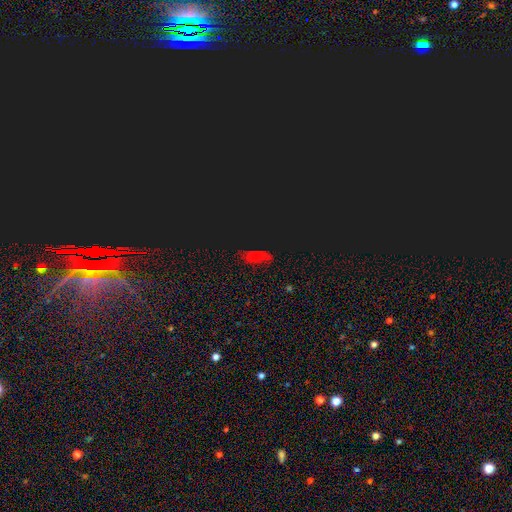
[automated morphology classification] The model was most divided on "smooth or featured": star or artifact: 51%, smooth: 35%, featured or disk: 13%.